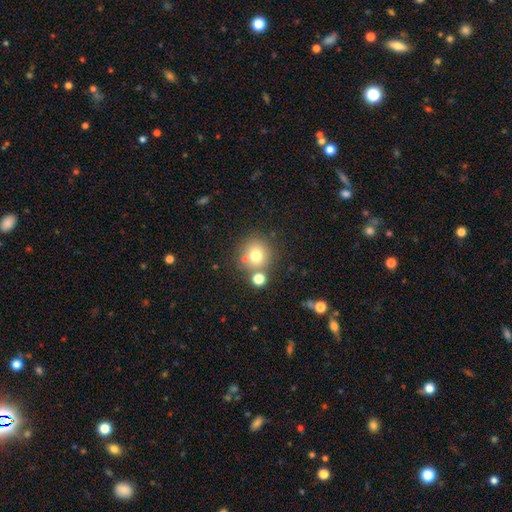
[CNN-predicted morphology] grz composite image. It shows a smooth galaxy with no disk features (73%) that is round (89%). Merging: none (68%).